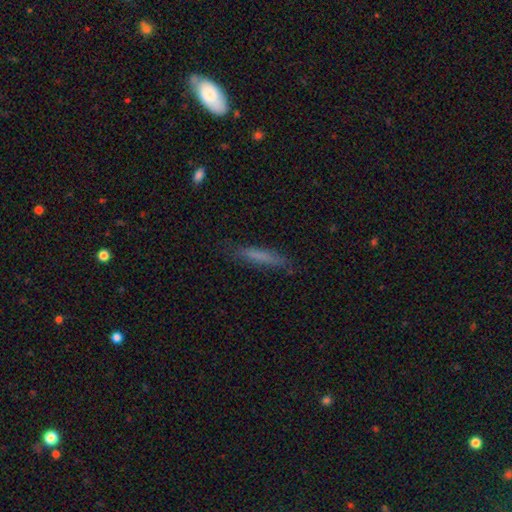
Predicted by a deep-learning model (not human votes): Smooth or featured? Predicted: smooth (p=0.65). How rounded? Predicted: cigar-shaped (p=0.92). Merging? Predicted: none (p=0.83).